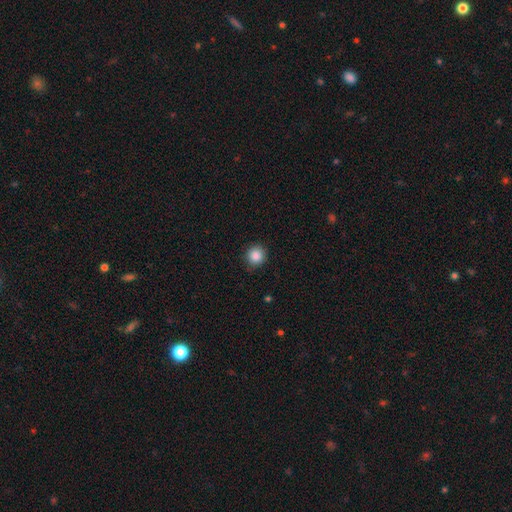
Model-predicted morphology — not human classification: smooth-or-featured: smooth: 87% | star or artifact: 10% | featured or disk: 3%
  how-rounded: round: 92% | in between: 7% | cigar-shaped: 1%
  merging: none: 88% | minor disturbance: 9% | major disturbance: 2% | merger: 1%